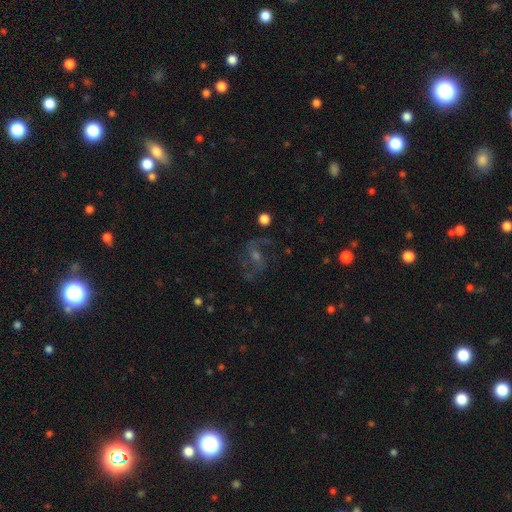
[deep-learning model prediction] This is likely a featured or disk galaxy (68%). It is clearly not viewed edge-on (97%). Bar: marginally weak (44%). Spiral arm pattern: clearly yes (90%). Spiral arm count: likely 2 (78%). Spiral winding: possibly medium (47%). Central bulge: possibly moderate (45%). Merging: likely none (70%).